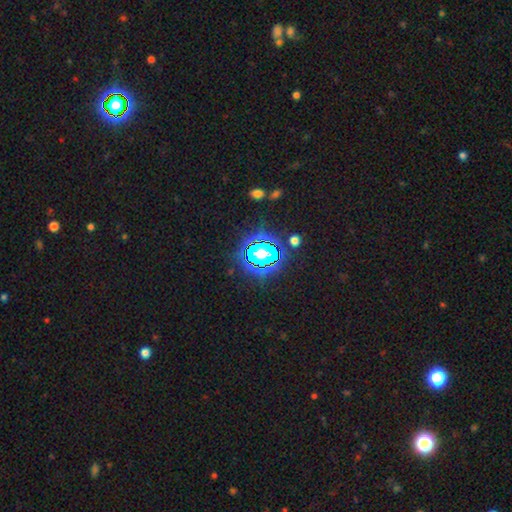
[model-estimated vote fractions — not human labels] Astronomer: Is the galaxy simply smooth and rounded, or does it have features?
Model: star or artifact — 79%.